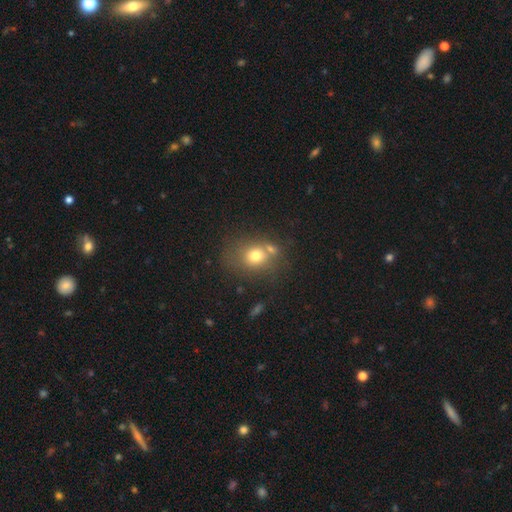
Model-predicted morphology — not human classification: This appears to be a smooth galaxy with no disk features (72%) that is round (58%). Merging: none (55%).